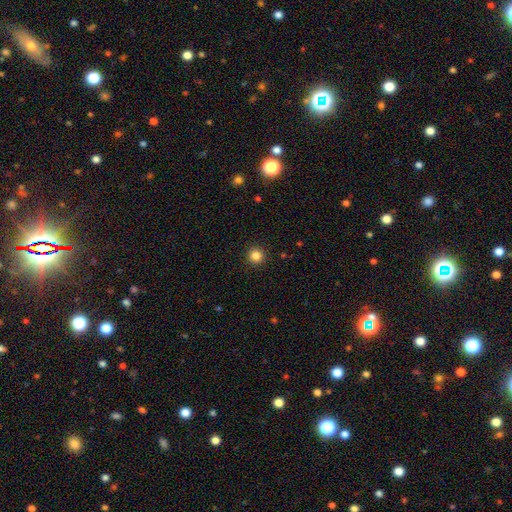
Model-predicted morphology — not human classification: type=smooth (84%); roundness=round (96%); merging=none (93%).